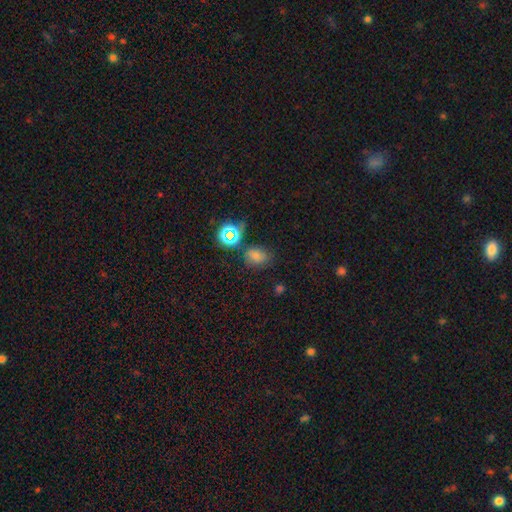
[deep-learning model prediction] Q: Smooth or featured?
A: smooth (66%); runner-up: star or artifact (27%)
Q: How rounded?
A: in between (58%); runner-up: round (41%)
Q: Merging?
A: none (70%); runner-up: minor disturbance (19%)